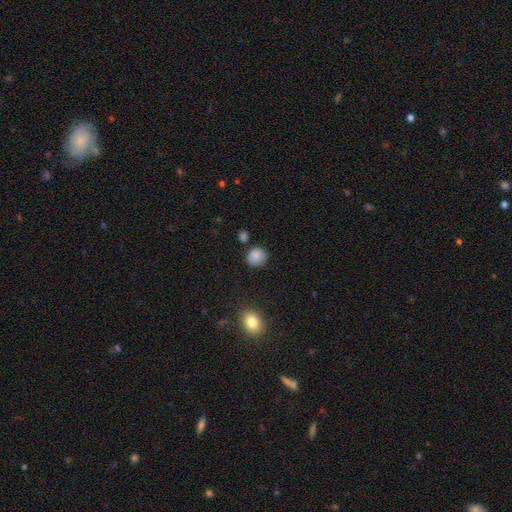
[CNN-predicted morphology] Smooth or featured? smooth (86%)
How rounded? round (85%)
Merging? none (79%)